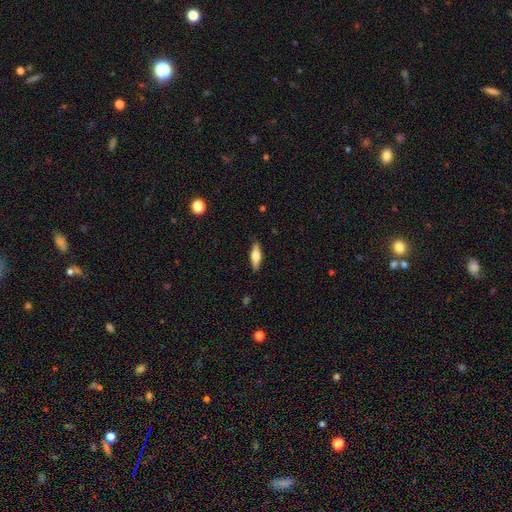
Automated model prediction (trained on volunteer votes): A smooth galaxy with no disk features (50%).

Vote fractions:
- Smooth or featured? smooth: 50% / featured or disk: 44% / star or artifact: 6%
- Merging? none: 87% / minor disturbance: 10% / major disturbance: 2% / merger: 1%